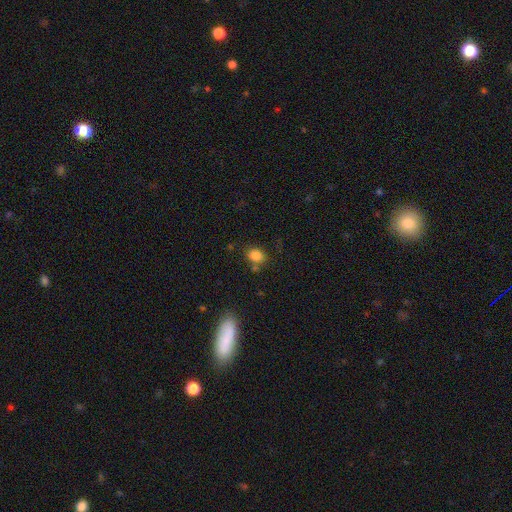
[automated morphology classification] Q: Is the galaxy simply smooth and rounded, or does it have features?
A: smooth — 83%.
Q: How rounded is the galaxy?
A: in between — 50%.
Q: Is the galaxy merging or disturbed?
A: none — 72%.